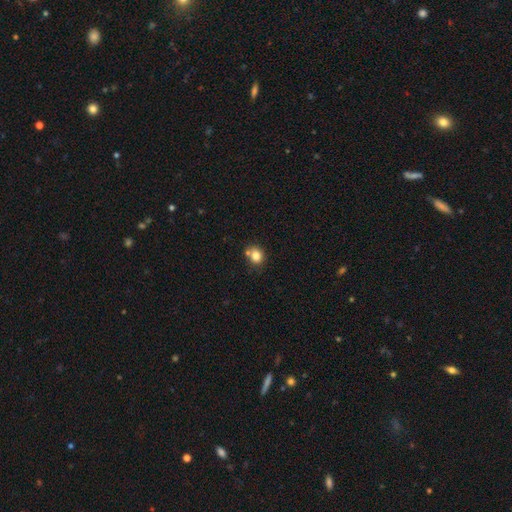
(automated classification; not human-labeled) Smooth or featured? smooth (81%)
How rounded? round (72%)
Merging? none (61%)